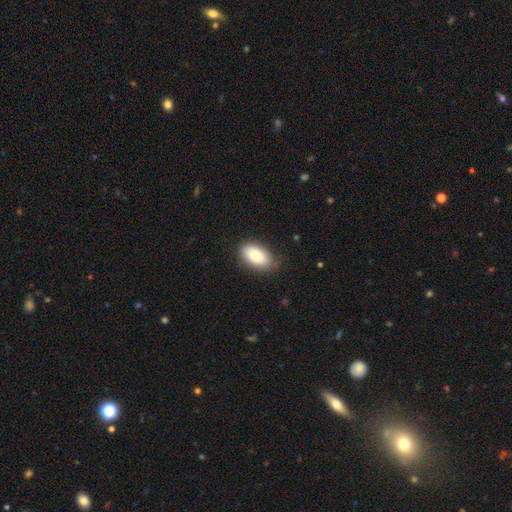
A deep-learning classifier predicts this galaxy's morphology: Q: Smooth or featured?
A: smooth (83%); runner-up: featured or disk (11%)
Q: How rounded?
A: in between (93%); runner-up: round (4%)
Q: Merging?
A: none (81%); runner-up: minor disturbance (15%)